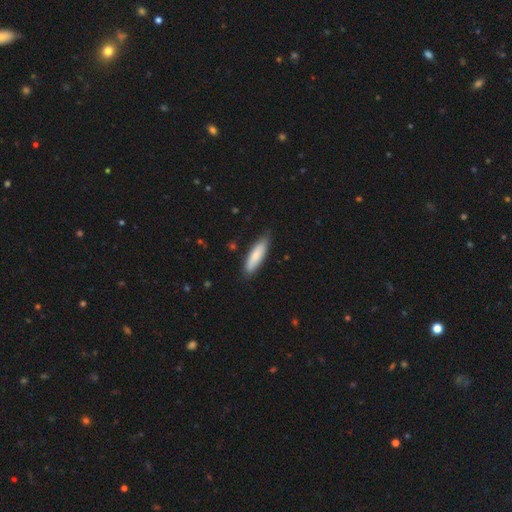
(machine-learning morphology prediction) A smooth galaxy with no disk features (83%) that is cigar-shaped (64%). Merging: none (81%).